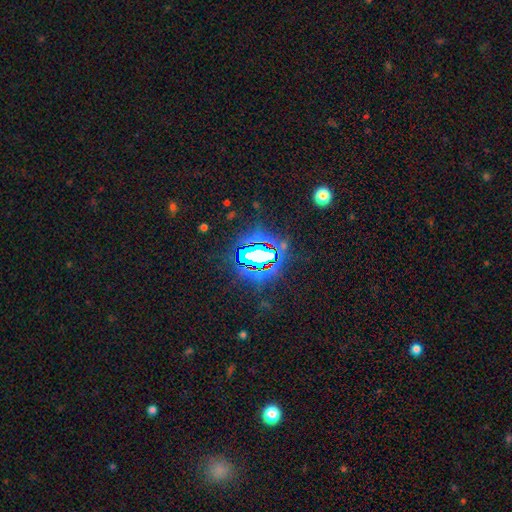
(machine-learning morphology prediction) Smooth or featured?
  - star or artifact: 79% *
  - smooth: 12%
  - featured or disk: 9%